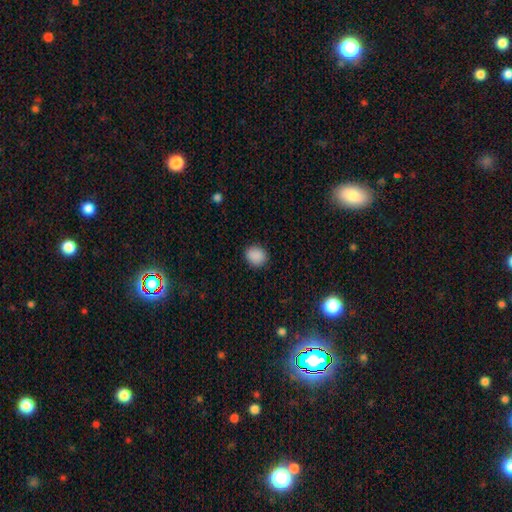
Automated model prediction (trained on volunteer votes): smooth-or-featured: smooth: 89% | star or artifact: 9% | featured or disk: 2%
  how-rounded: round: 69% | in between: 30% | cigar-shaped: 1%
  merging: none: 89% | minor disturbance: 8% | major disturbance: 2% | merger: 1%